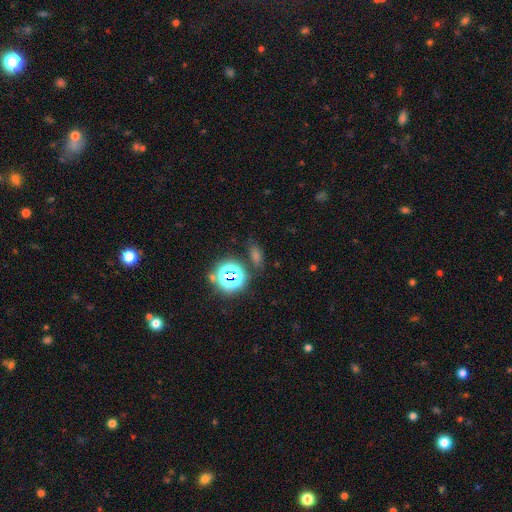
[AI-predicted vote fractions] A star or artifact, not a galaxy (54%).